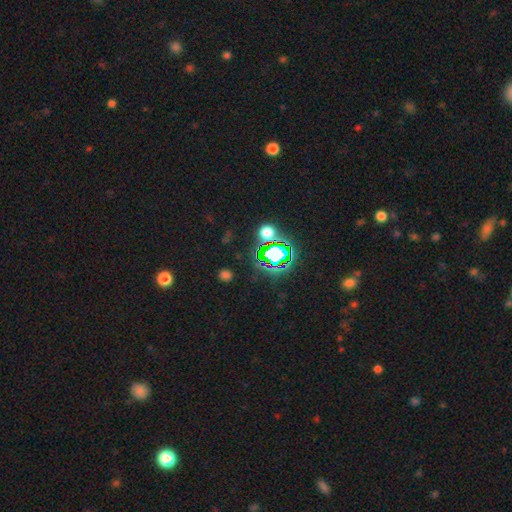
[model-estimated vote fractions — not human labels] Smooth or featured? Predicted: star or artifact (p=0.76).